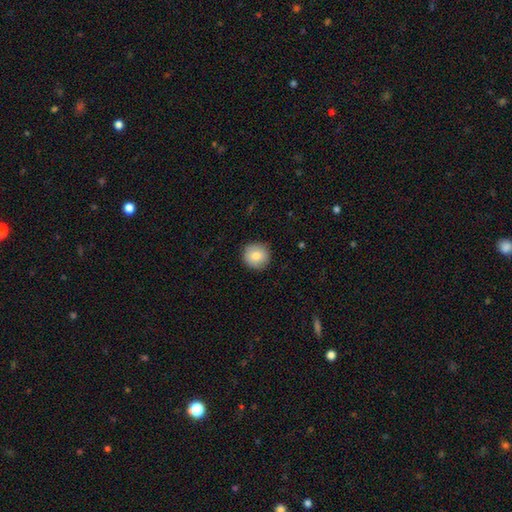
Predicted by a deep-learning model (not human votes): A smooth galaxy with no disk features (80%) that is round (94%).

Vote fractions:
- Smooth or featured? smooth: 80% / featured or disk: 12% / star or artifact: 8%
- How rounded? round: 94% / in between: 5% / cigar-shaped: 1%
- Merging? none: 90% / minor disturbance: 7% / major disturbance: 2% / merger: 1%